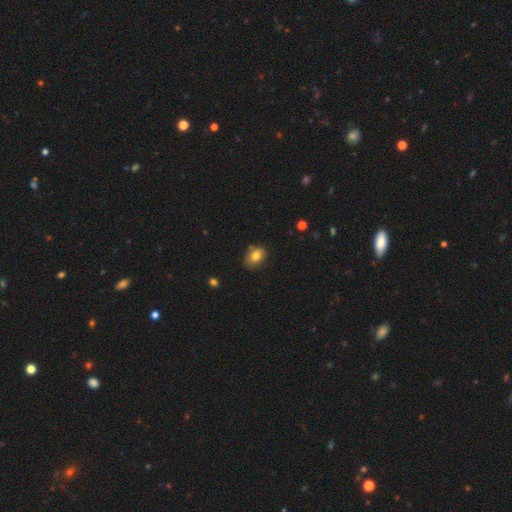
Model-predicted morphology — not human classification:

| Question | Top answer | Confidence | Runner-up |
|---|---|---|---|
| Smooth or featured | smooth | 79% | featured or disk (11%) |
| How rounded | in between | 67% | round (32%) |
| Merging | none | 76% | minor disturbance (19%) |